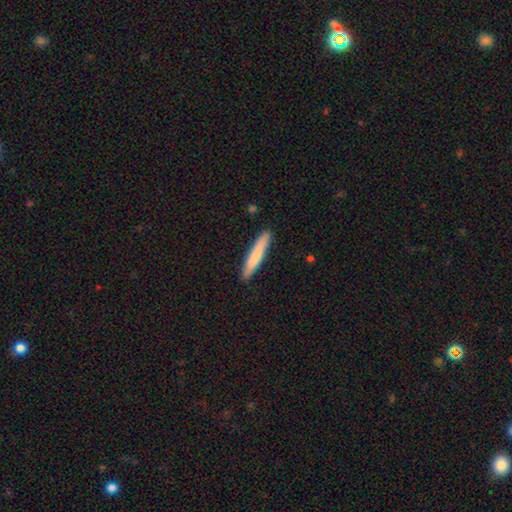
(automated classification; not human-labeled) Smooth or featured? smooth (78%)
How rounded? cigar-shaped (93%)
Merging? none (90%)